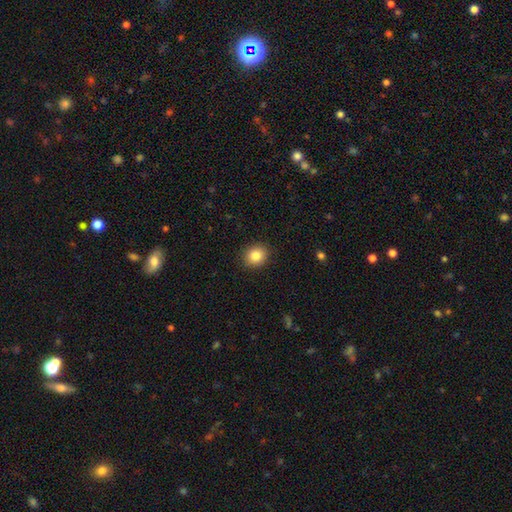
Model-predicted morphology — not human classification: smooth_or_featured: smooth (p=0.85) [alt: star or artifact p=0.09]
how_rounded: round (p=0.72) [alt: in between p=0.27]
merging: none (p=0.90) [alt: minor disturbance p=0.07]